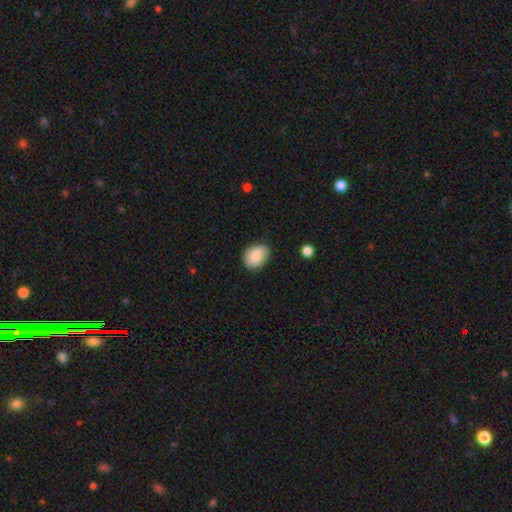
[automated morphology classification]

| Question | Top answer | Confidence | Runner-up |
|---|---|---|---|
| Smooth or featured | smooth | 81% | featured or disk (12%) |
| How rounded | in between | 61% | round (38%) |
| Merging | none | 79% | minor disturbance (16%) |